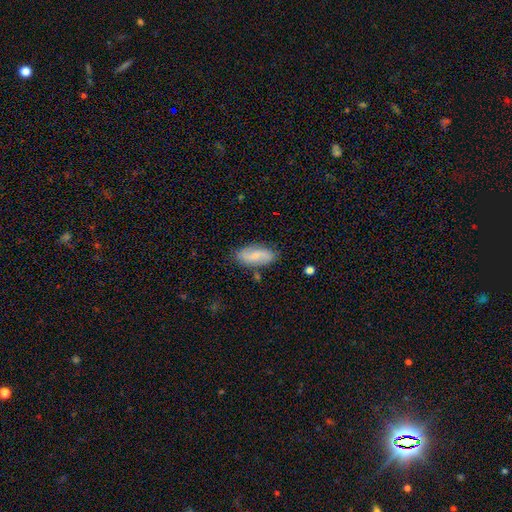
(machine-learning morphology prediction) A smooth galaxy with no disk features (50%).

Vote fractions:
- Smooth or featured? smooth: 50% / featured or disk: 43% / star or artifact: 7%
- Merging? none: 80% / minor disturbance: 14% / major disturbance: 3% / merger: 2%